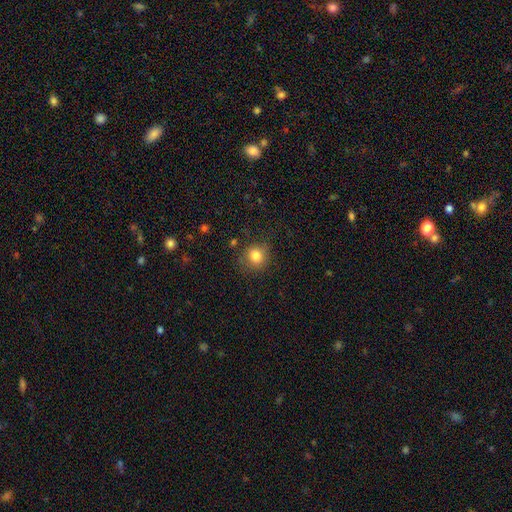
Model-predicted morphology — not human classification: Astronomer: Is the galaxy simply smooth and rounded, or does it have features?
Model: smooth — 82%.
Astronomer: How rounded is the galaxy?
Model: round — 82%.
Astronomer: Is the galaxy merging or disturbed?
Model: none — 78%.